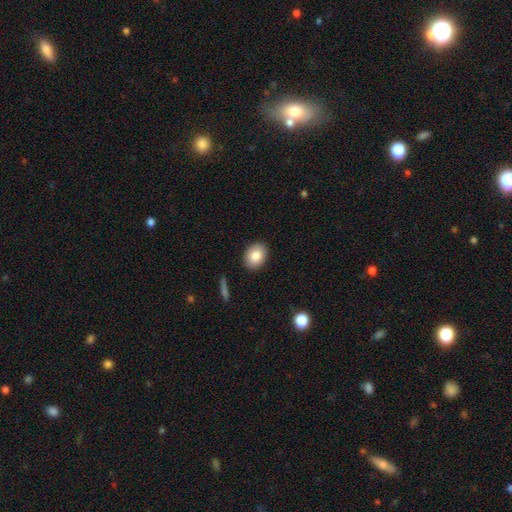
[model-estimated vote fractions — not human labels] smooth 84%, featured or disk 8%, star or artifact 7%. Down the decision tree: how rounded — in between (67%); merging — none (89%).